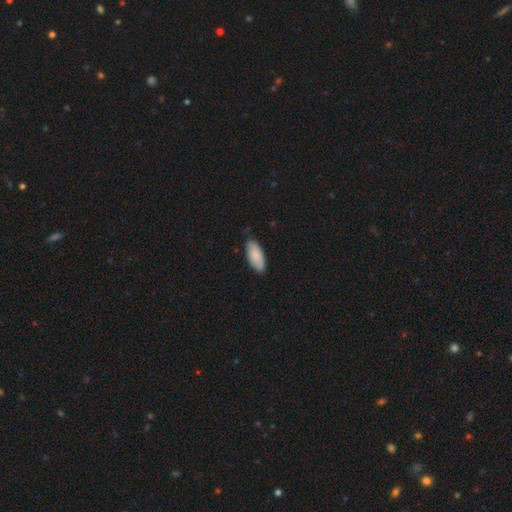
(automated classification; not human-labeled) The model was most divided on "merging": none: 79%, minor disturbance: 18%, major disturbance: 2%, merger: 1%. More confident: how rounded — in between (87%); smooth or featured — smooth (86%).